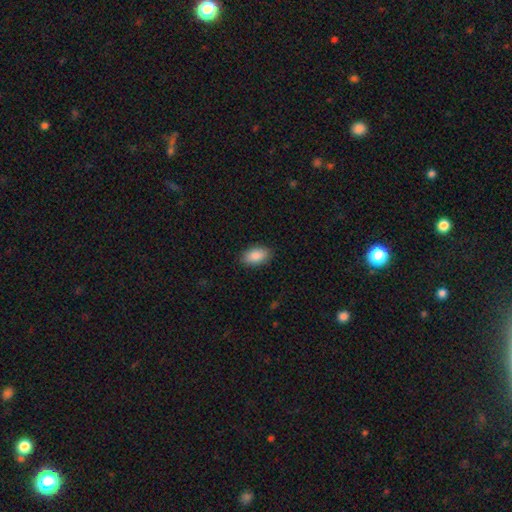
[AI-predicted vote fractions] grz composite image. It shows a smooth galaxy with no disk features (89%) that is in between round and cigar-shaped (93%). Merging: none (88%).